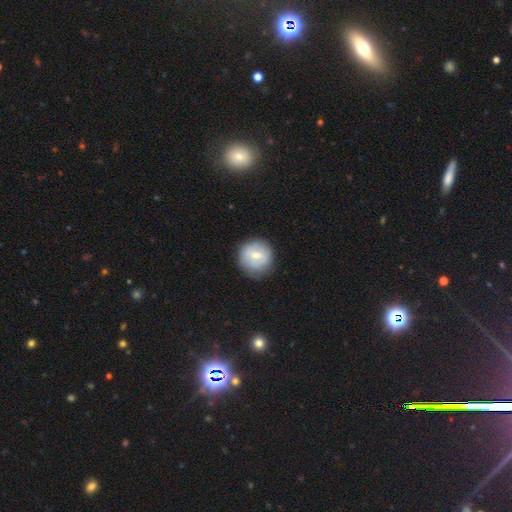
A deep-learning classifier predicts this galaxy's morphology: Smooth or featured?
  - smooth: 64% *
  - featured or disk: 29%
  - star or artifact: 7%
How rounded?
  - round: 91% *
  - in between: 8%
  - cigar-shaped: 1%
Merging?
  - none: 80% *
  - minor disturbance: 15%
  - major disturbance: 4%
  - merger: 1%